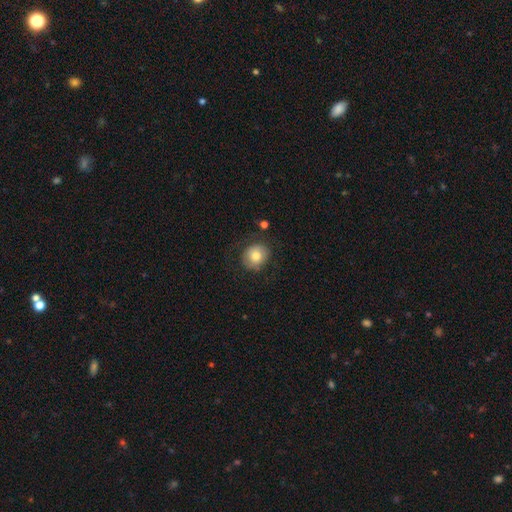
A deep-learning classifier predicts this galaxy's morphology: type=smooth (76%); roundness=round (79%); merging=none (77%).